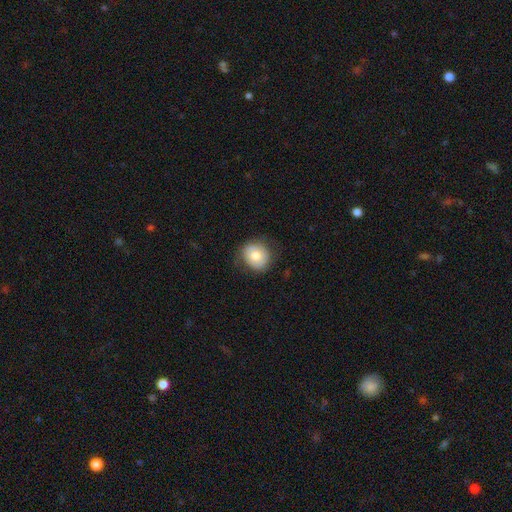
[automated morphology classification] Smooth or featured? smooth (73%)
How rounded? round (78%)
Merging? none (79%)